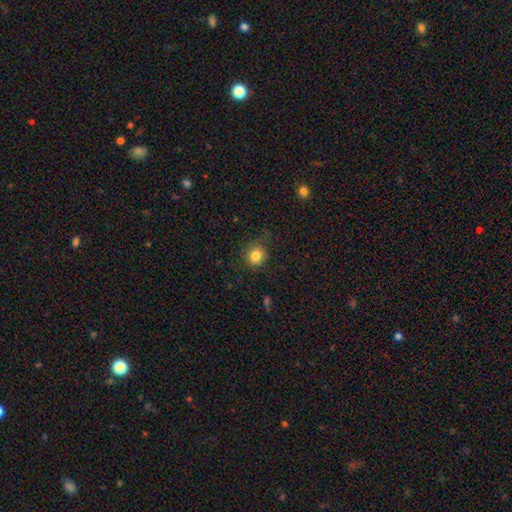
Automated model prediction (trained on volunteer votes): A smooth galaxy with no disk features (82%) that is round (89%). Merging: none (80%).